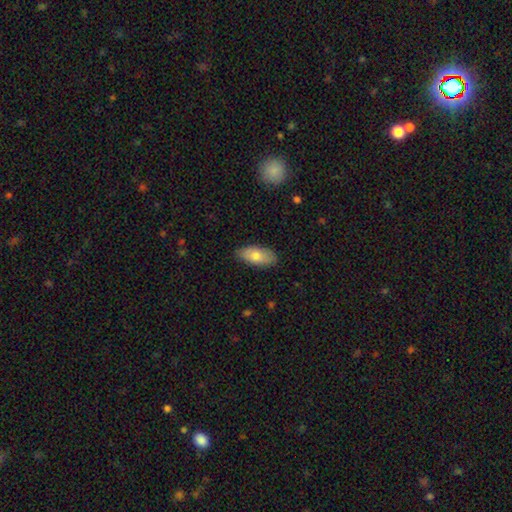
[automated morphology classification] smooth_or_featured: smooth (p=0.74) [alt: featured or disk p=0.20]
how_rounded: in between (p=0.89) [alt: cigar-shaped p=0.08]
merging: none (p=0.84) [alt: minor disturbance p=0.12]